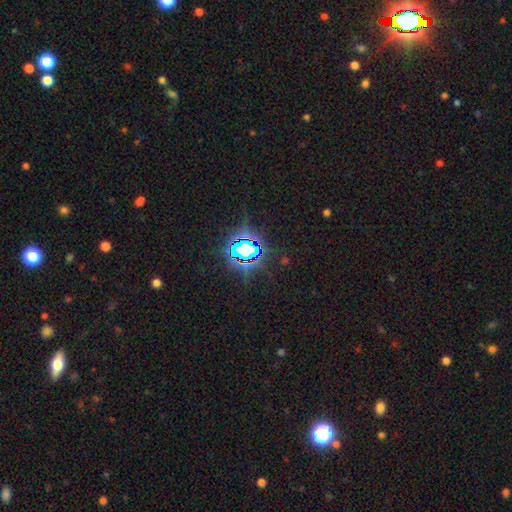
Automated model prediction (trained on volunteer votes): This is likely a star or artifact rather than a galaxy (79%).